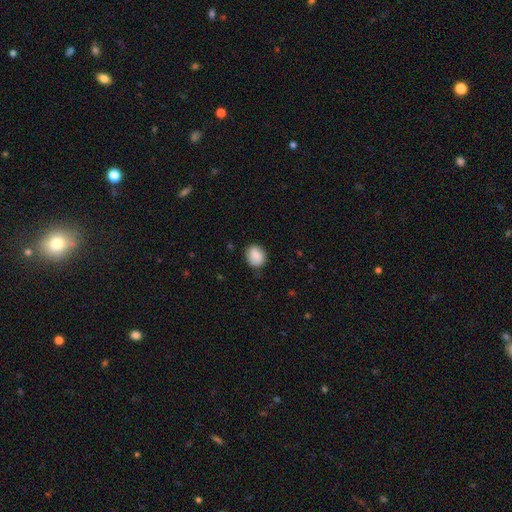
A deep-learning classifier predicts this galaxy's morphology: The model was most divided on "how rounded": in between: 51%, round: 48%, cigar-shaped: 1%. More confident: smooth or featured — smooth (86%); merging — none (76%).